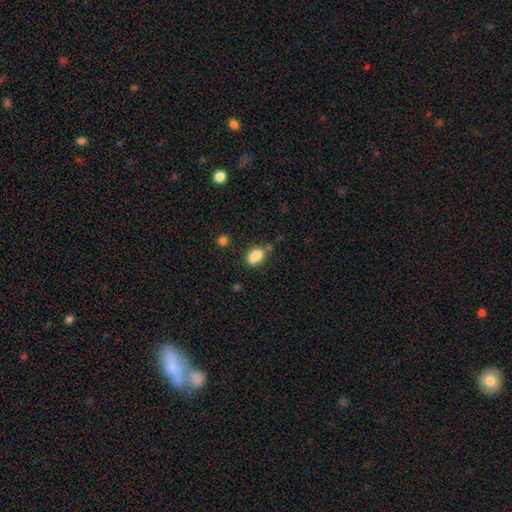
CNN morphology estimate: Smooth or featured: smooth — 85% (star or artifact — 9%)
How rounded: in between — 82% (round — 16%)
Merging: none — 68% (minor disturbance — 19%)